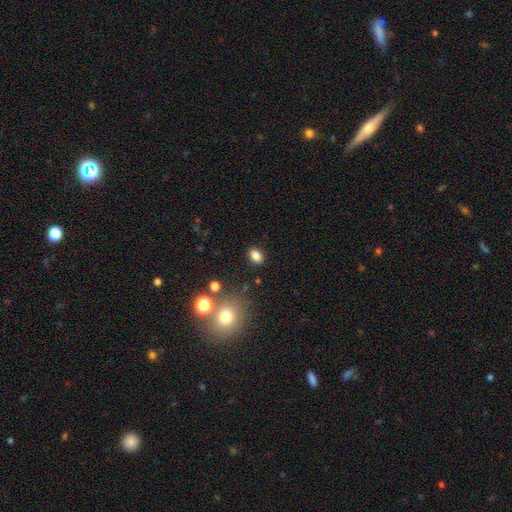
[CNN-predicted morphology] Smooth or featured?
  - smooth: 81% *
  - star or artifact: 12%
  - featured or disk: 6%
How rounded?
  - in between: 76% *
  - round: 22%
  - cigar-shaped: 2%
Merging?
  - none: 85% *
  - minor disturbance: 9%
  - merger: 3%
  - major disturbance: 3%